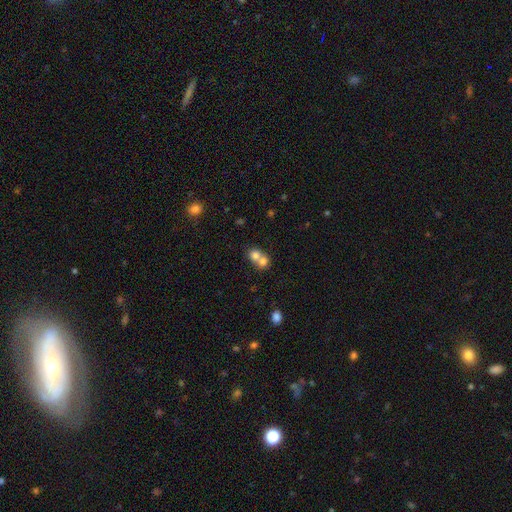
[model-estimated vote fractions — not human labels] smooth-or-featured: smooth: 74% | featured or disk: 15% | star or artifact: 10%
  how-rounded: round: 74% | in between: 25% | cigar-shaped: 1%
  merging: merger: 69% | none: 25% | minor disturbance: 4% | major disturbance: 2%